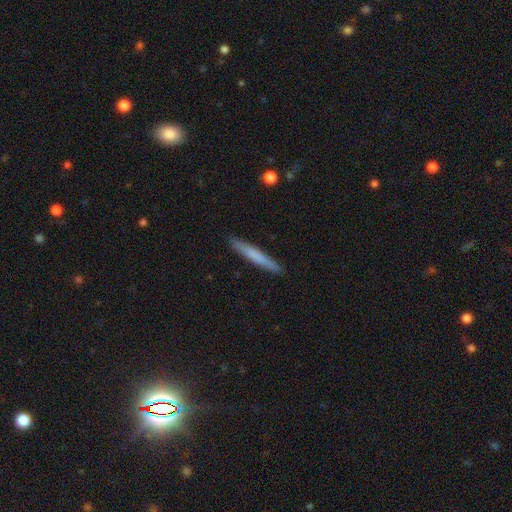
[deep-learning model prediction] Smooth or featured?
  - smooth: 67% *
  - featured or disk: 27%
  - star or artifact: 5%
How rounded?
  - cigar-shaped: 96% *
  - in between: 2%
  - round: 1%
Merging?
  - none: 91% *
  - minor disturbance: 6%
  - major disturbance: 1%
  - merger: 1%